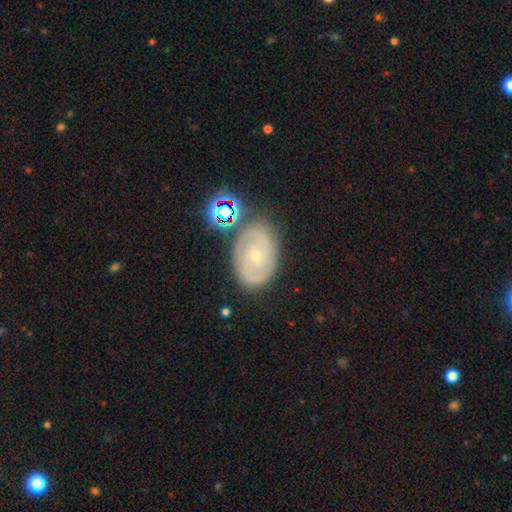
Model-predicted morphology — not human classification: Q: Smooth or featured?
A: featured or disk (72%); runner-up: smooth (19%)
Q: Edge-on disk?
A: no (96%); runner-up: yes (4%)
Q: Bar?
A: no (67%); runner-up: weak (27%)
Q: Spiral arms?
A: yes (87%); runner-up: no (13%)
Q: Spiral winding?
A: tight (61%); runner-up: medium (30%)
Q: Spiral arm count?
A: 2 (54%); runner-up: can't tell (28%)
Q: Bulge size?
A: small (78%); runner-up: moderate (18%)
Q: Merging?
A: none (72%); runner-up: minor disturbance (17%)